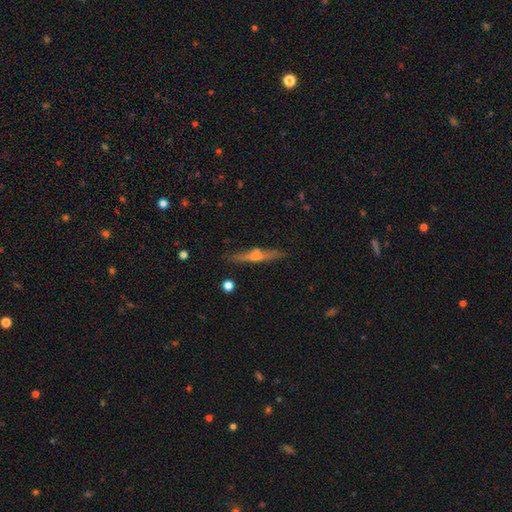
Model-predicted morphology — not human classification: smooth-or-featured: featured or disk: 52% | smooth: 40% | star or artifact: 8%
  disk-edge-on: yes: 93% | no: 7%
  merging: none: 80% | minor disturbance: 13% | merger: 4% | major disturbance: 3%